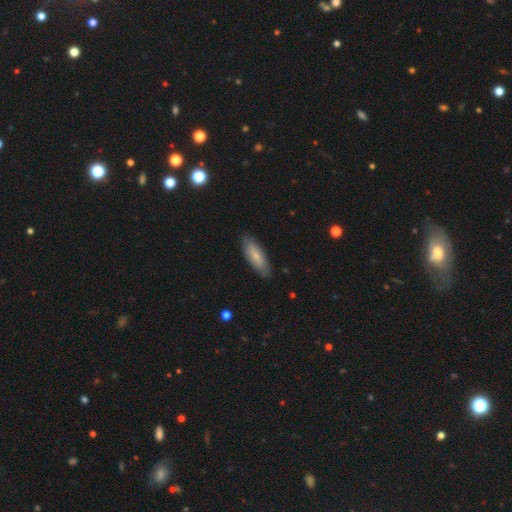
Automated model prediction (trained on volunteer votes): smooth 70%, featured or disk 24%, star or artifact 6%. Down the decision tree: how rounded — in between (64%); merging — none (83%).